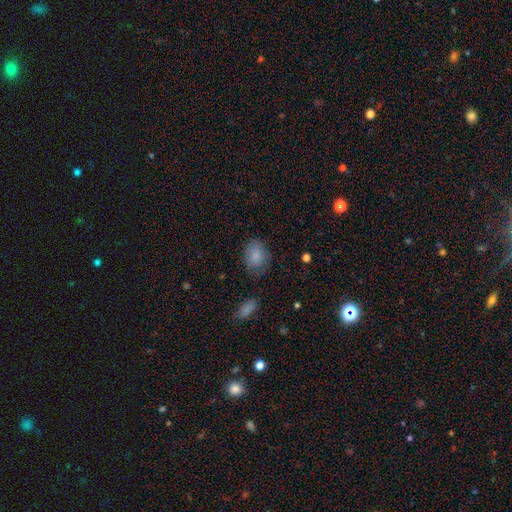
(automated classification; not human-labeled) This is clearly a smooth galaxy (84%). How rounded: likely in between (71%). Merging: likely none (68%).